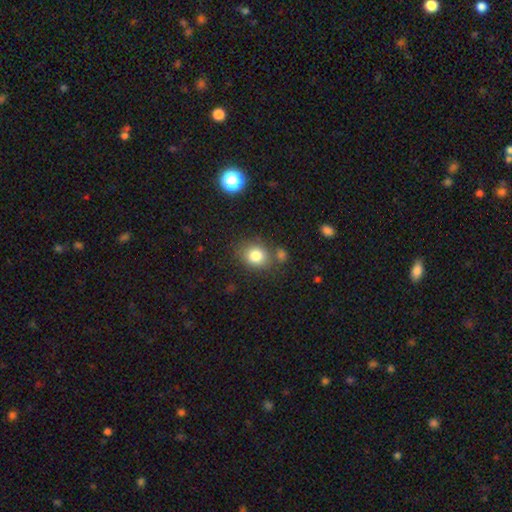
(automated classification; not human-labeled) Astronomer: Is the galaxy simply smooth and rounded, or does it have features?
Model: smooth — 82%.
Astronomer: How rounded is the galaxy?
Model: round — 65%.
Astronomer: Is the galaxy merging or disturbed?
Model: none — 71%.